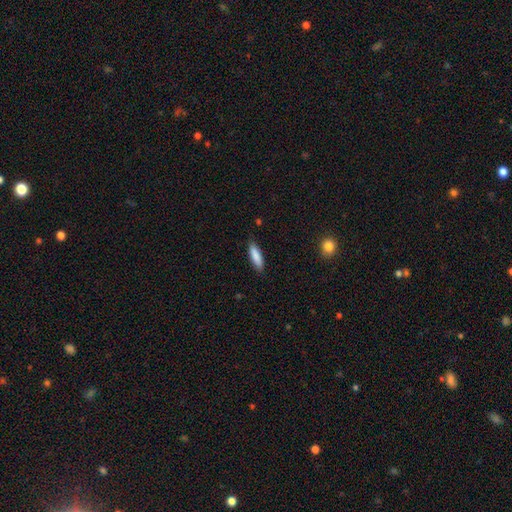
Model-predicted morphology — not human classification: Smooth or featured? Predicted: smooth (p=0.87). How rounded? Predicted: cigar-shaped (p=0.59). Merging? Predicted: none (p=0.85).